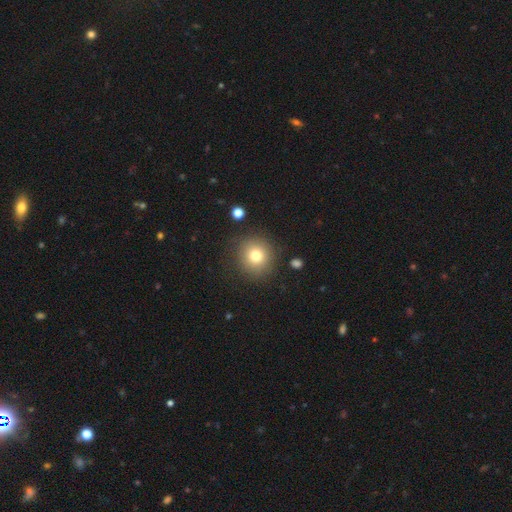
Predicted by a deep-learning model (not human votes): smooth_or_featured: smooth (p=0.77) [alt: star or artifact p=0.12]
how_rounded: round (p=0.91) [alt: in between p=0.08]
merging: none (p=0.86) [alt: minor disturbance p=0.08]